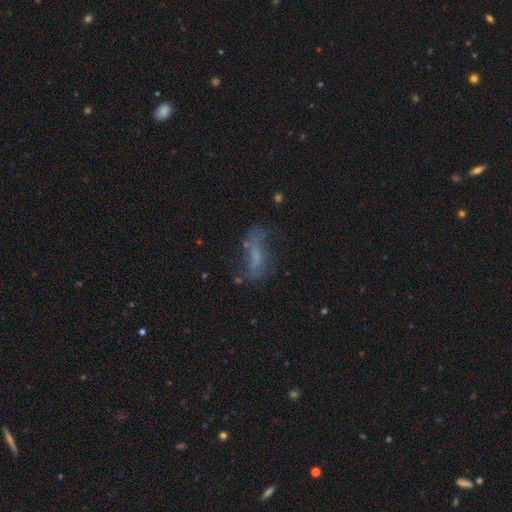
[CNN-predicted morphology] Smooth or featured? Predicted: featured or disk (p=0.45). Merging? Predicted: none (p=0.45).